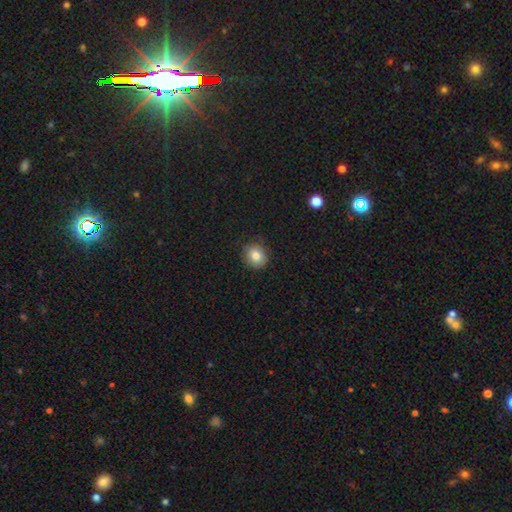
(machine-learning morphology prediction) Q: Smooth or featured?
A: smooth (80%); runner-up: star or artifact (10%)
Q: How rounded?
A: round (80%); runner-up: in between (19%)
Q: Merging?
A: none (87%); runner-up: minor disturbance (10%)